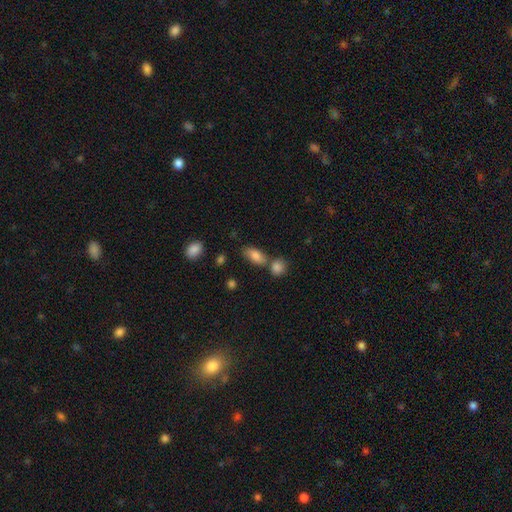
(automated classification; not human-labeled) Overall: smooth (82%). How rounded: in between (87%). Merging: none (55%; merger 25%).